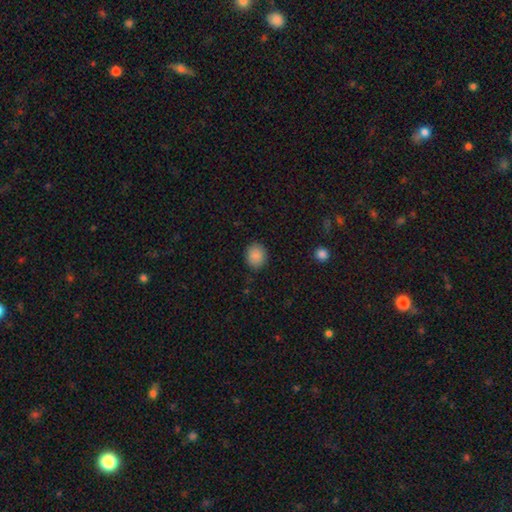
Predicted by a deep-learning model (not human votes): Smooth or featured: smooth — 88% (star or artifact — 9%)
How rounded: round — 75% (in between — 24%)
Merging: none — 89% (minor disturbance — 8%)